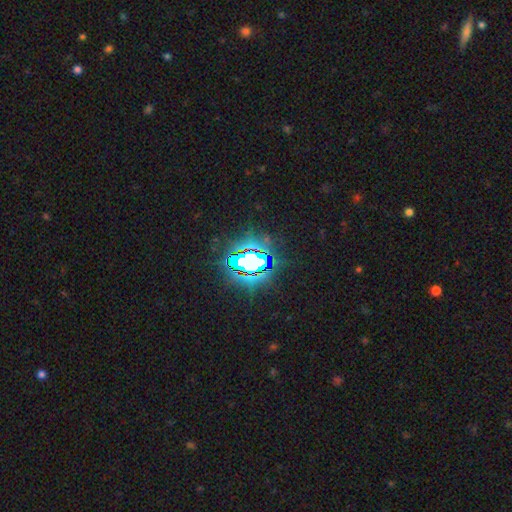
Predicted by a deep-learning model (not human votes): Q: Smooth or featured?
A: star or artifact (80%); runner-up: smooth (12%)